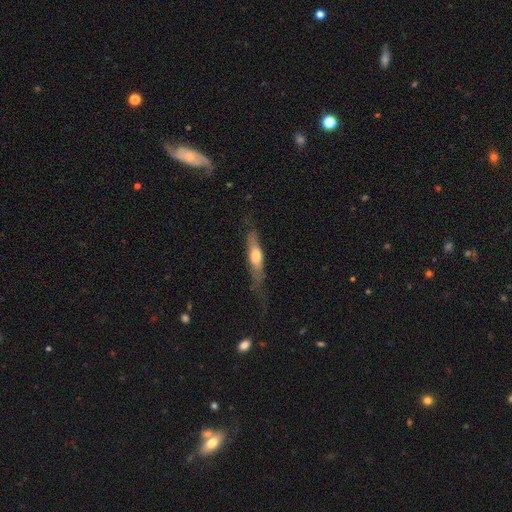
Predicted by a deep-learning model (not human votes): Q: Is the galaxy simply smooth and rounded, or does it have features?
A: smooth — 50%.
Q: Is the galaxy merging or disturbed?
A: none — 50%.